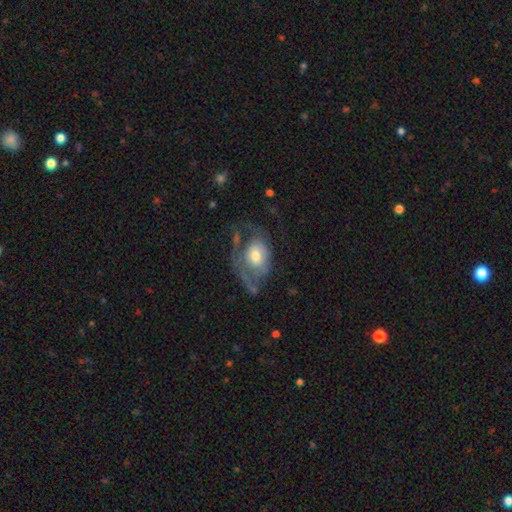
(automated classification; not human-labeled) smooth_or_featured: featured or disk (p=0.59) [alt: smooth p=0.35]
disk_edge_on: no (p=0.96) [alt: yes p=0.04]
bar: no (p=0.77) [alt: weak p=0.19]
has_spiral_arms: yes (p=0.67) [alt: no p=0.33]
bulge_size: moderate (p=0.63) [alt: small p=0.19]
merging: major disturbance (p=0.43) [alt: none p=0.32]